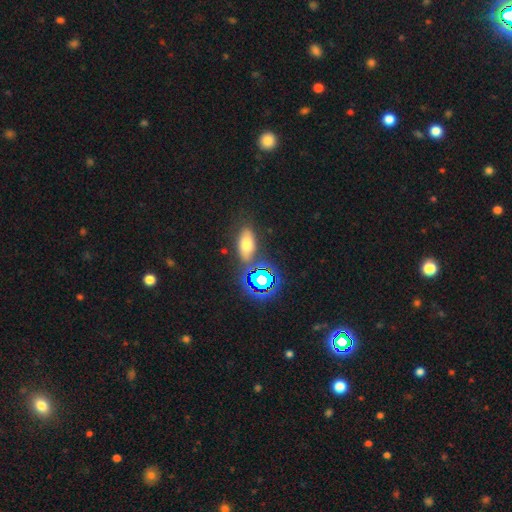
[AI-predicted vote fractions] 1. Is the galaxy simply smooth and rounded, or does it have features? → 45% smooth, 40% star or artifact, 15% featured or disk.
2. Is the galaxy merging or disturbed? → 72% none, 12% merger, 10% minor disturbance, 5% major disturbance.